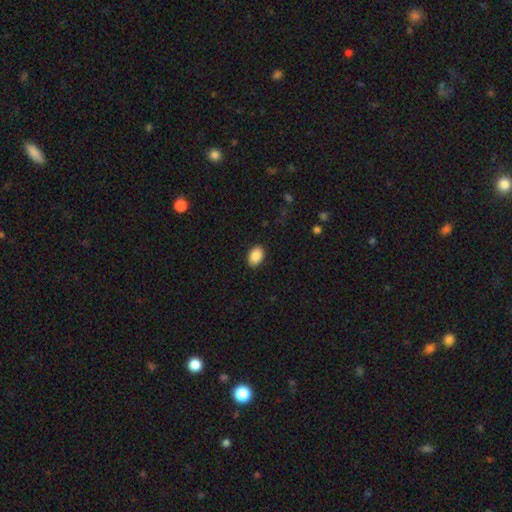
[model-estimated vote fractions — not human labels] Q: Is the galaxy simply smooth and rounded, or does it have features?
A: smooth — 89%.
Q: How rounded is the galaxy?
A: in between — 87%.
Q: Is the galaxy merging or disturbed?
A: none — 89%.